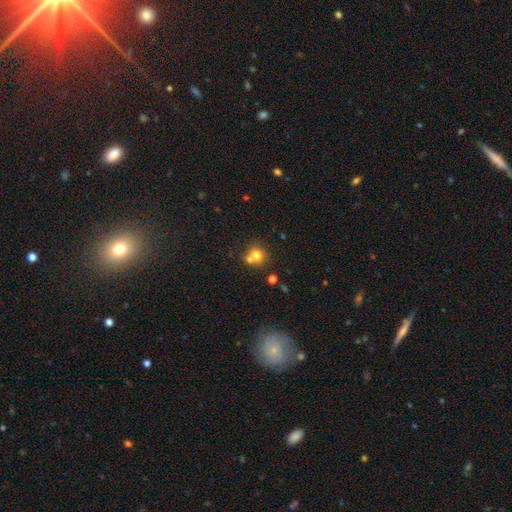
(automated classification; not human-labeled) smooth-or-featured: smooth: 74% | star or artifact: 13% | featured or disk: 13%
  how-rounded: round: 86% | in between: 13% | cigar-shaped: 1%
  merging: none: 50% | merger: 38% | minor disturbance: 8% | major disturbance: 3%